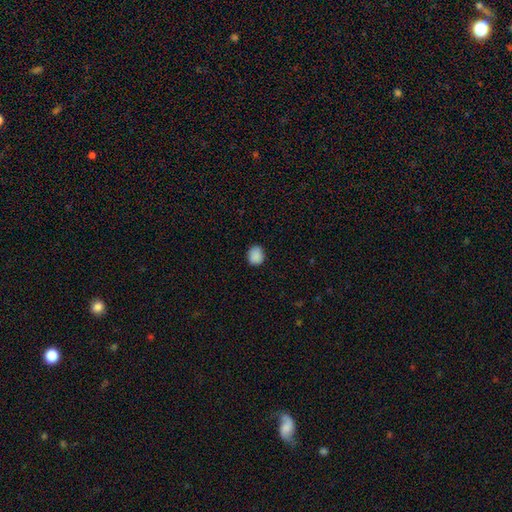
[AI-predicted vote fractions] smooth 88%, star or artifact 9%, featured or disk 3%. Down the decision tree: how rounded — round (68%); merging — none (85%).